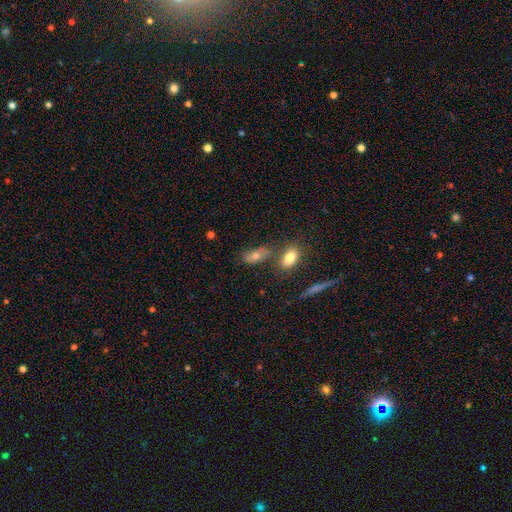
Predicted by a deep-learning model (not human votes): Smooth or featured? smooth (65%)
How rounded? in between (84%)
Merging? none (60%)